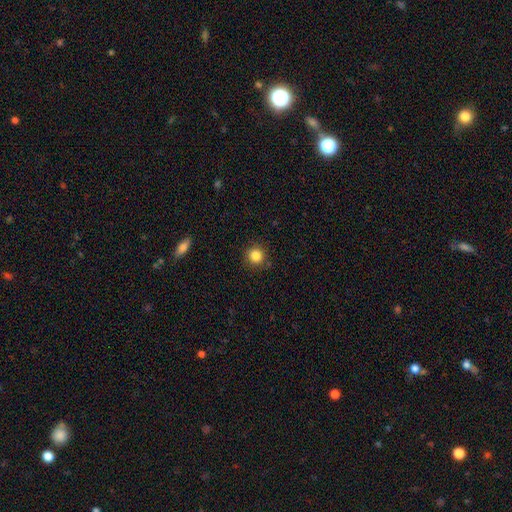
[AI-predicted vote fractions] smooth_or_featured: smooth (p=0.85) [alt: star or artifact p=0.11]
how_rounded: round (p=0.92) [alt: in between p=0.07]
merging: none (p=0.87) [alt: minor disturbance p=0.09]